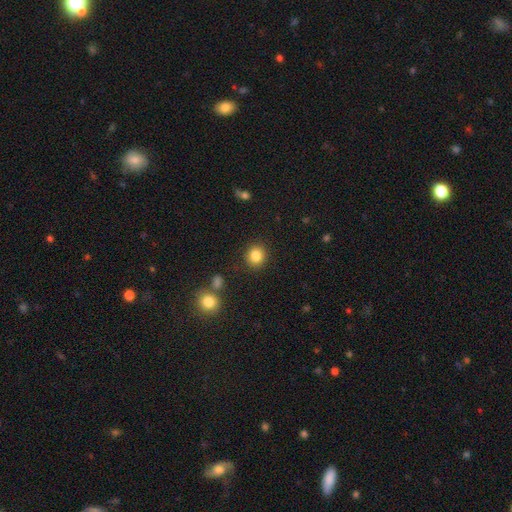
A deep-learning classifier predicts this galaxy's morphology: Smooth or featured? smooth (85%)
How rounded? round (84%)
Merging? none (89%)